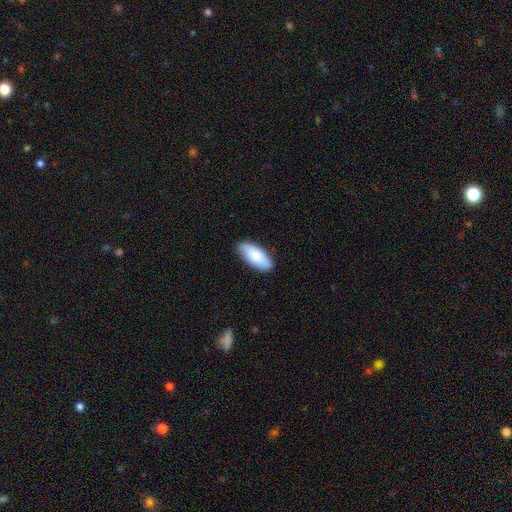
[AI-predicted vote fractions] Smooth or featured: smooth — 85% (featured or disk — 10%)
How rounded: in between — 86% (cigar-shaped — 13%)
Merging: none — 86% (minor disturbance — 11%)